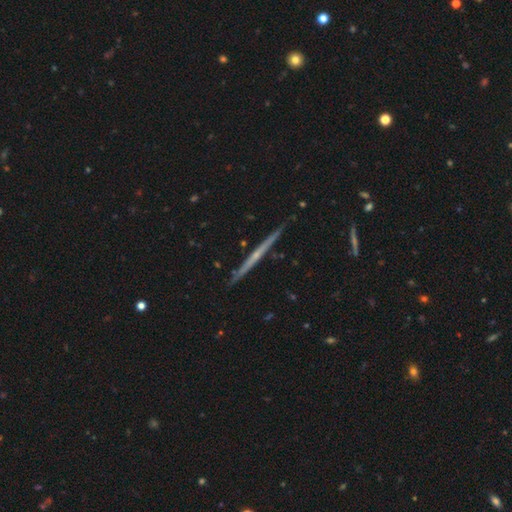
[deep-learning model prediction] Smooth or featured: featured or disk — 72% (smooth — 22%)
Edge-on disk: yes — 98% (no — 2%)
Edge-on bulge: none — 61% (rounded — 34%)
Merging: none — 89% (minor disturbance — 8%)